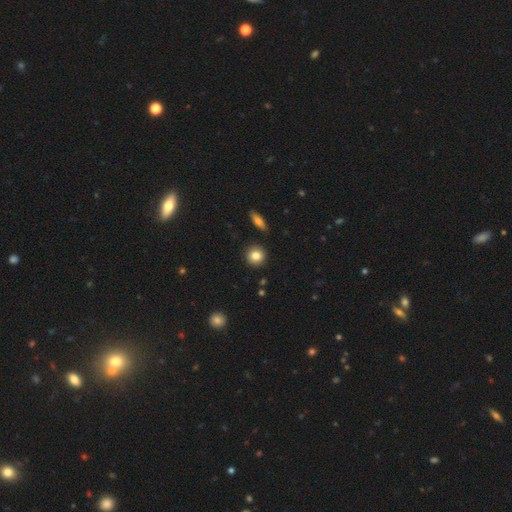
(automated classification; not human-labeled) The model was most divided on "smooth or featured": smooth: 84%, star or artifact: 9%, featured or disk: 7%. More confident: merging — none (90%); how rounded — round (90%).